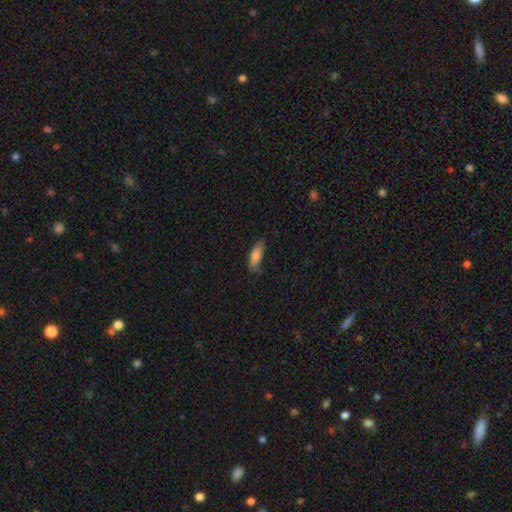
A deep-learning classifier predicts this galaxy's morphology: Overall: smooth (81%). How rounded: in between (69%; cigar-shaped 29%). Merging: none (63%; minor disturbance 28%).